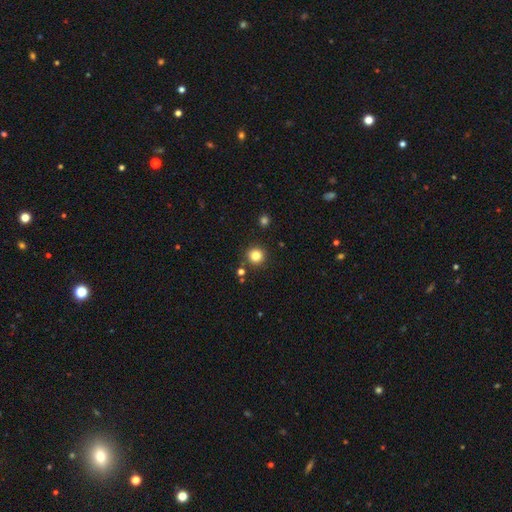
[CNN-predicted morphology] The model was most divided on "smooth or featured": smooth: 83%, star or artifact: 12%, featured or disk: 5%. More confident: how rounded — round (95%); merging — none (89%).